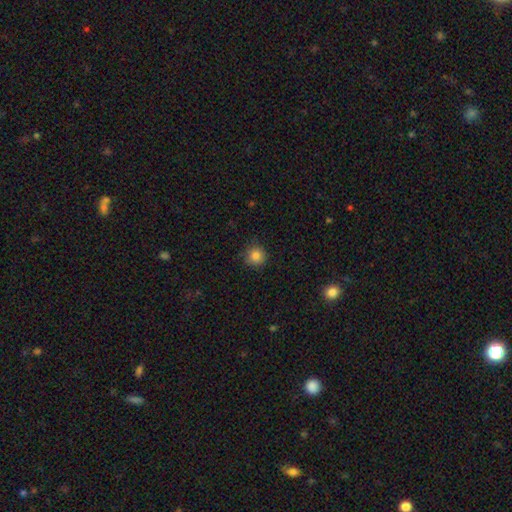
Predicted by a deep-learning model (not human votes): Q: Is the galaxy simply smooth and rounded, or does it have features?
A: smooth — 83%.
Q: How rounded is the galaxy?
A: round — 93%.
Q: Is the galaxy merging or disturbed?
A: none — 87%.